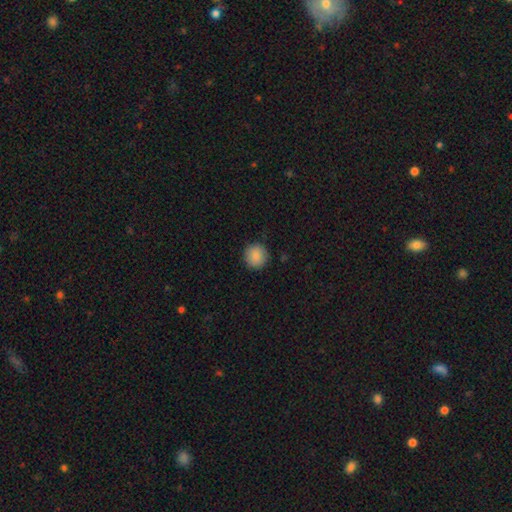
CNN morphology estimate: A smooth galaxy with no disk features (86%) that is round (94%).

Vote fractions:
- Smooth or featured? smooth: 86% / star or artifact: 9% / featured or disk: 5%
- How rounded? round: 94% / in between: 5% / cigar-shaped: 1%
- Merging? none: 90% / minor disturbance: 7% / major disturbance: 2% / merger: 1%